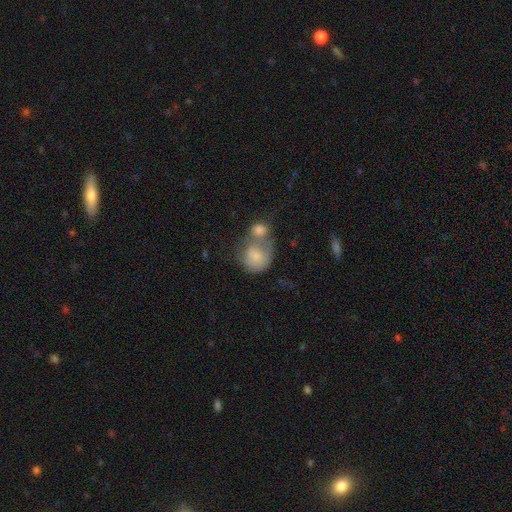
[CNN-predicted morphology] Smooth or featured? smooth (75%)
How rounded? round (72%)
Merging? merger (58%)